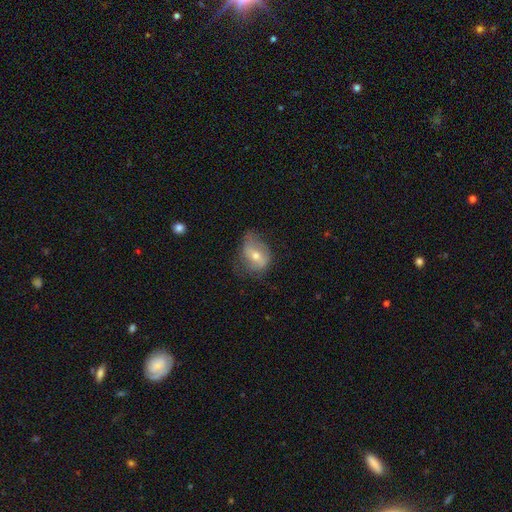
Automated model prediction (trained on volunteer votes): The model was most divided on "smooth or featured": featured or disk: 49%, smooth: 43%, star or artifact: 8%. Remaining: merging — none (48%).